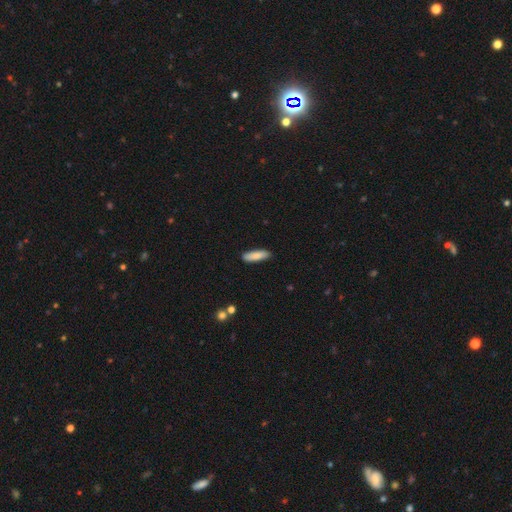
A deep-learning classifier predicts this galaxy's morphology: smooth_or_featured: smooth (p=0.85) [alt: featured or disk p=0.09]
how_rounded: cigar-shaped (p=0.60) [alt: in between p=0.38]
merging: none (p=0.87) [alt: minor disturbance p=0.10]